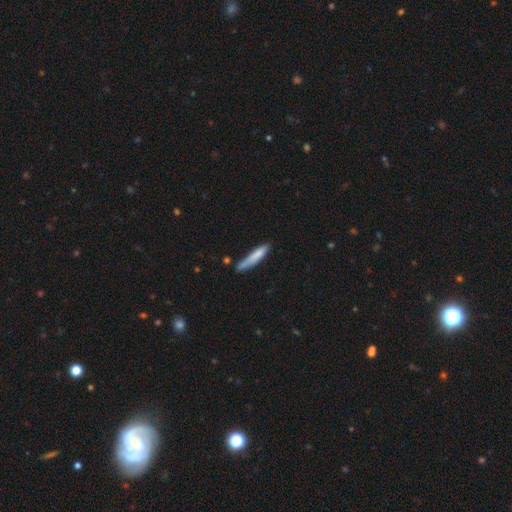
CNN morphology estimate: Q: Smooth or featured?
A: smooth (74%); runner-up: featured or disk (20%)
Q: How rounded?
A: cigar-shaped (90%); runner-up: in between (8%)
Q: Merging?
A: none (62%); runner-up: minor disturbance (25%)